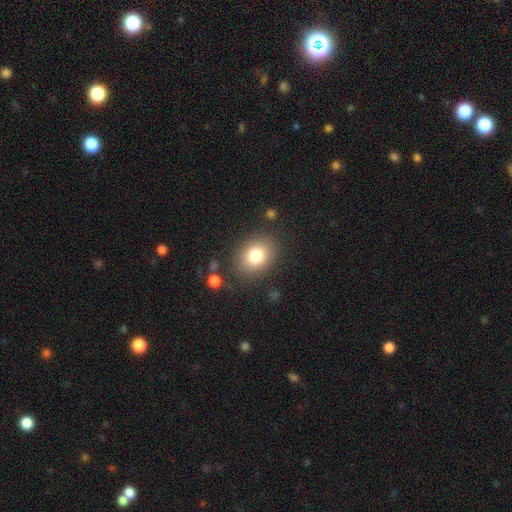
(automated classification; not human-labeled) Overall: smooth (80%). How rounded: in between (54%; round 45%). Merging: none (83%).